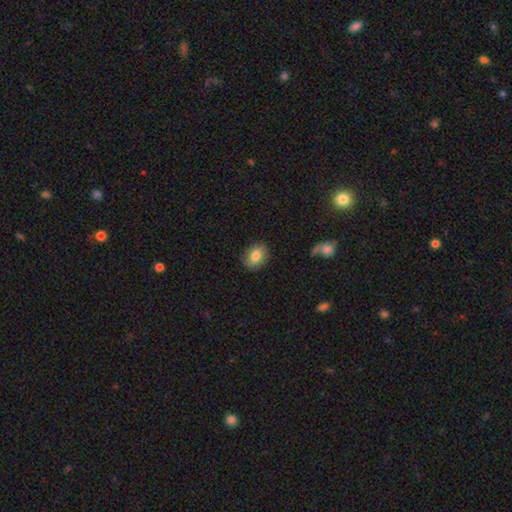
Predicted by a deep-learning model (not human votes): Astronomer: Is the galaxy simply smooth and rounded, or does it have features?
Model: smooth — 81%.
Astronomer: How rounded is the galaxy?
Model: in between — 72%.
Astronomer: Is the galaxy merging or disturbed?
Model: none — 85%.